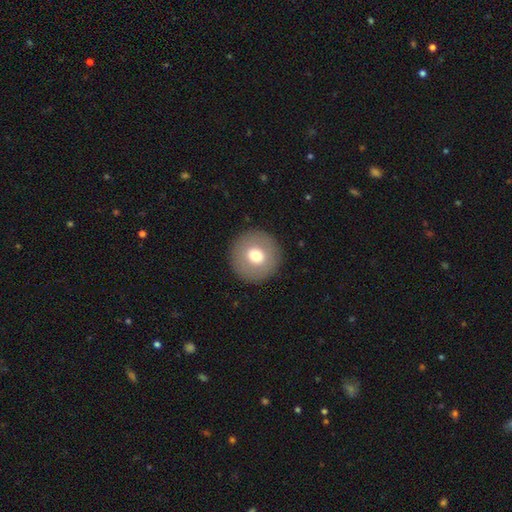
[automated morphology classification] Smooth or featured: smooth — 68% (featured or disk — 24%)
How rounded: round — 96% (in between — 3%)
Merging: none — 91% (minor disturbance — 5%)